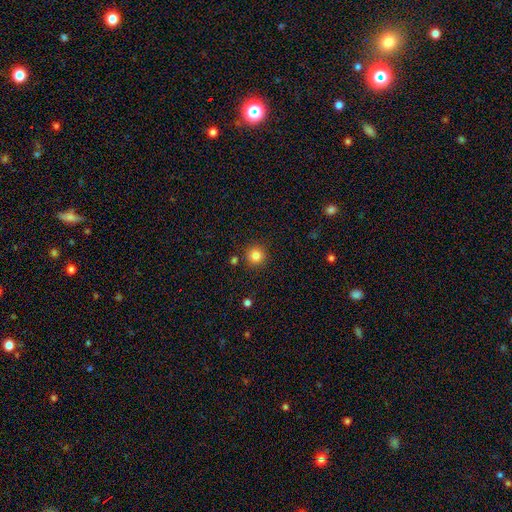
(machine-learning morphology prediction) smooth-or-featured: smooth: 84% | star or artifact: 11% | featured or disk: 5%
  how-rounded: round: 95% | in between: 4% | cigar-shaped: 1%
  merging: none: 89% | minor disturbance: 6% | merger: 3% | major disturbance: 2%